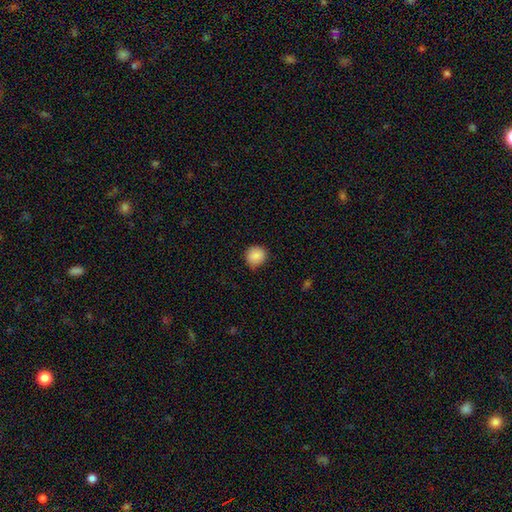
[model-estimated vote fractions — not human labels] This is clearly a smooth galaxy (88%). How rounded: clearly round (89%). Merging: clearly none (81%).